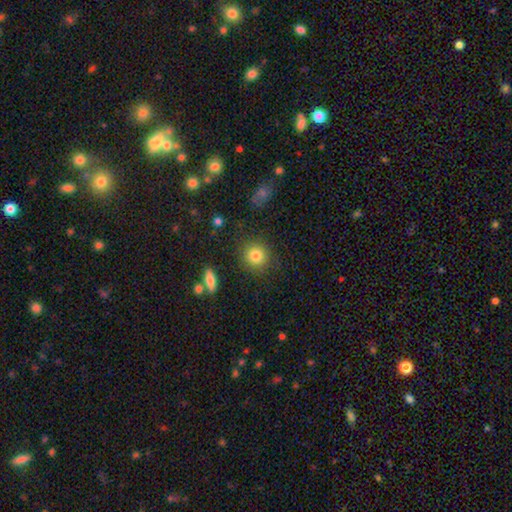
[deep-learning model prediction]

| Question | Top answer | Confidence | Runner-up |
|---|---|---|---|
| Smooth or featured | smooth | 83% | star or artifact (10%) |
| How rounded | round | 89% | in between (10%) |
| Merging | none | 86% | minor disturbance (9%) |